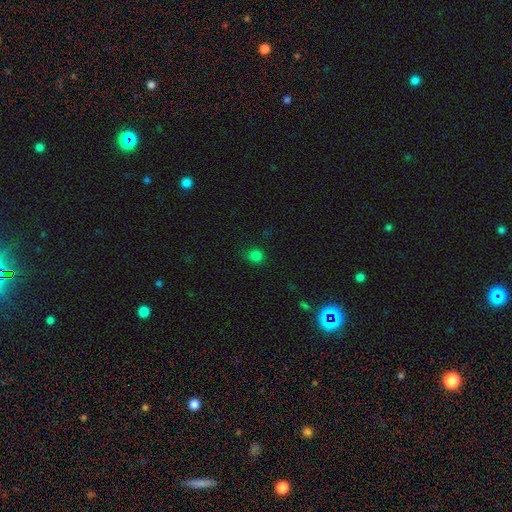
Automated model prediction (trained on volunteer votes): Overall: smooth (79%). How rounded: round (79%). Merging: none (78%).